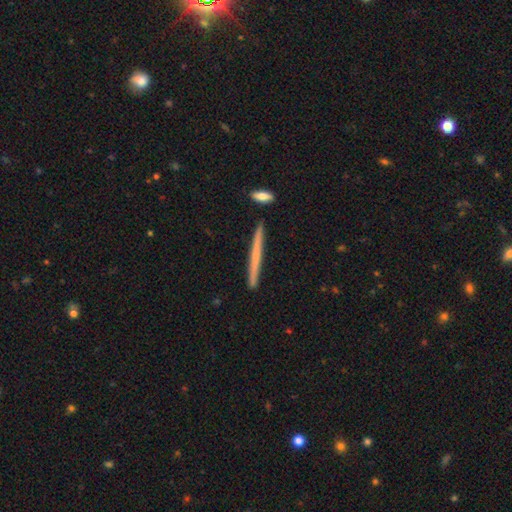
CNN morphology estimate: smooth-or-featured: smooth: 52% | featured or disk: 43% | star or artifact: 5%
  how-rounded: cigar-shaped: 97% | in between: 2% | round: 1%
  merging: none: 91% | minor disturbance: 6% | merger: 2% | major disturbance: 1%